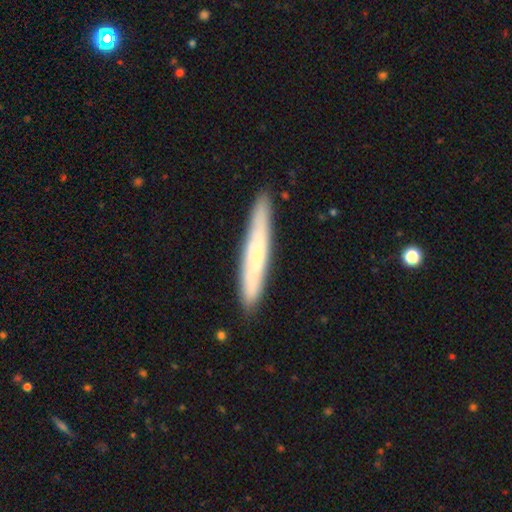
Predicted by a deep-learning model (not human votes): smooth 59%, featured or disk 35%, star or artifact 6%. Down the decision tree: how rounded — cigar-shaped (94%); merging — none (88%).